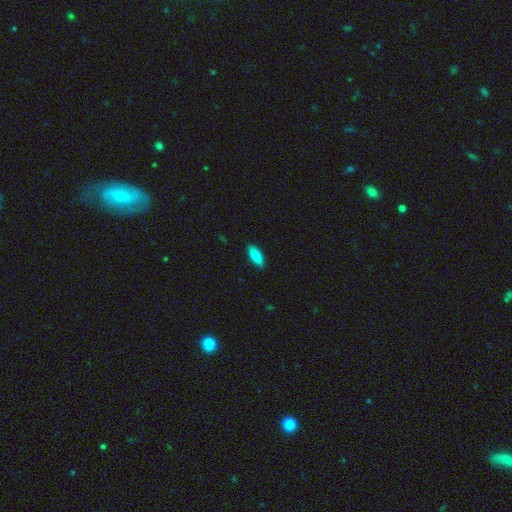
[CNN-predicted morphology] smooth 87%, featured or disk 7%, star or artifact 6%. Down the decision tree: how rounded — in between (68%); merging — none (88%).